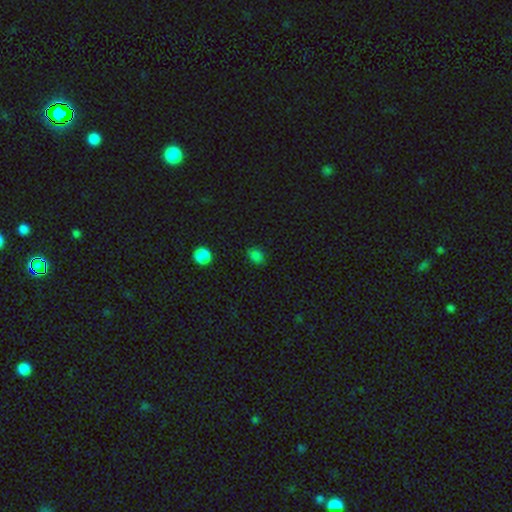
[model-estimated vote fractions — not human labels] A smooth galaxy with no disk features (79%) that is in between round and cigar-shaped (53%). Merging: none (84%).